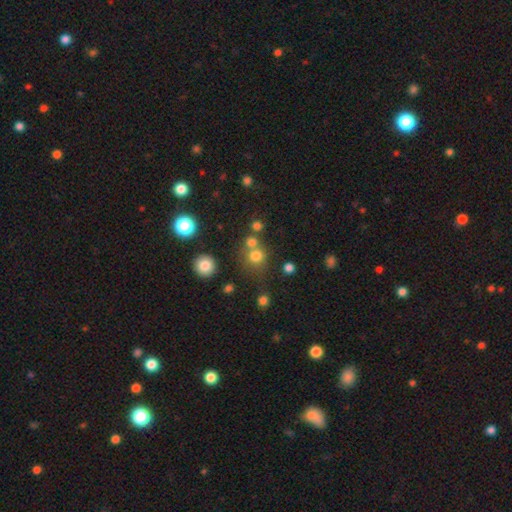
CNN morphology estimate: The model was most divided on "merging": none: 60%, merger: 27%, minor disturbance: 9%, major disturbance: 5%. More confident: how rounded — round (87%); smooth or featured — smooth (74%).